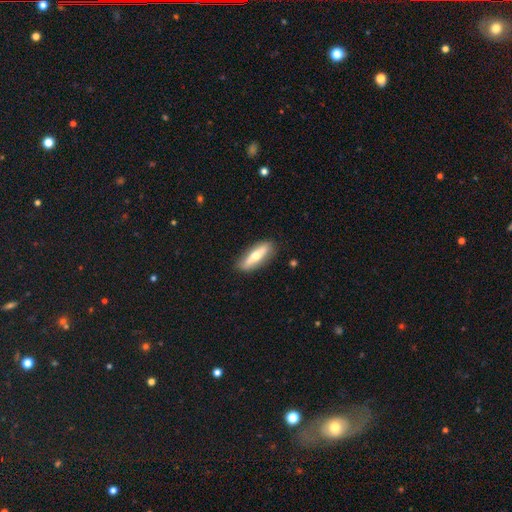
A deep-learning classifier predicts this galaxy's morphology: smooth_or_featured: smooth (p=0.49) [alt: featured or disk p=0.45]
merging: none (p=0.86) [alt: minor disturbance p=0.10]